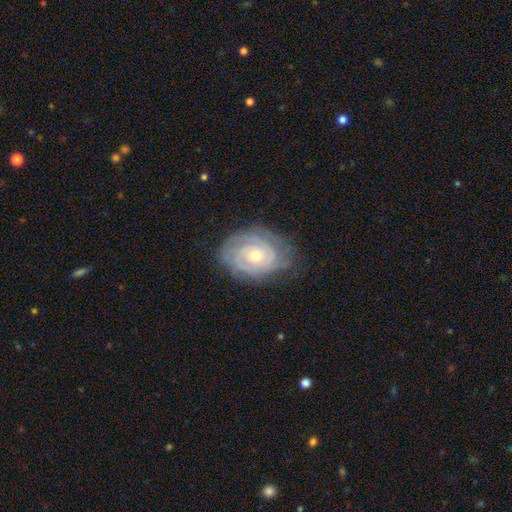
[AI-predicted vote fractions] A featured or disk galaxy (79%) with no bar (76%), tight (73%) spiral arms (91%) and a small central bulge (49%). Merging: none (71%).